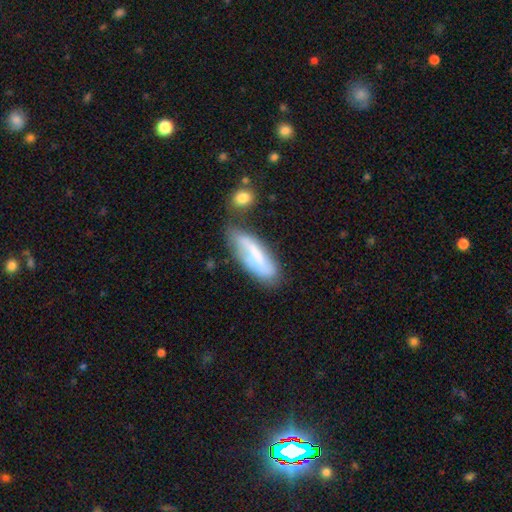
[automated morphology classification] The model was most divided on "smooth or featured": smooth: 49%, featured or disk: 43%, star or artifact: 8%. Remaining: merging — none (47%).